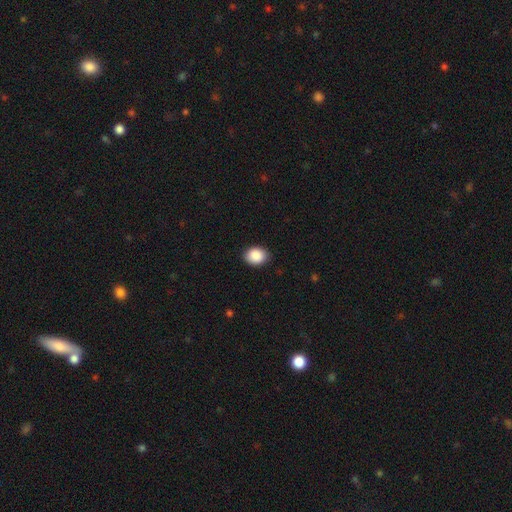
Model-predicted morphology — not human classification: smooth 90%, star or artifact 7%, featured or disk 3%. Down the decision tree: how rounded — in between (63%); merging — none (88%).